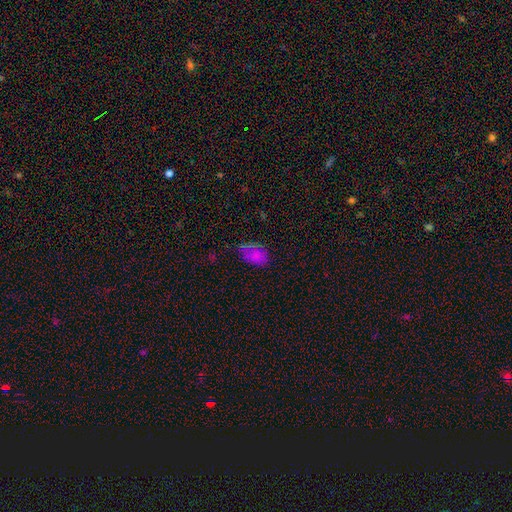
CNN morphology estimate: smooth 72%, star or artifact 17%, featured or disk 11%. Down the decision tree: how rounded — in between (81%); merging — none (49%).